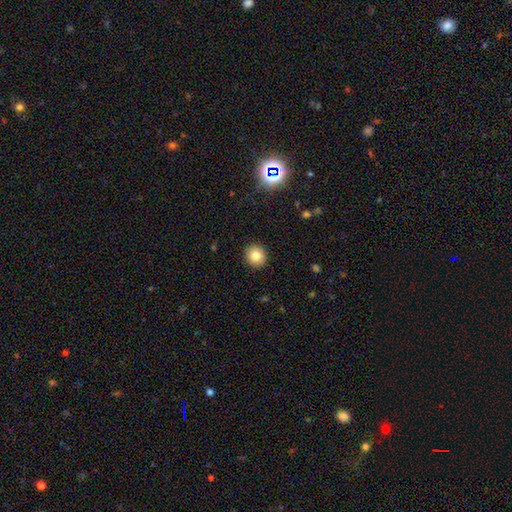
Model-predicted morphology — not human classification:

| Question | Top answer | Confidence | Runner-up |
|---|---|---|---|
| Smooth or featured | smooth | 81% | star or artifact (11%) |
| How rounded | round | 87% | in between (12%) |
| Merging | none | 92% | minor disturbance (6%) |